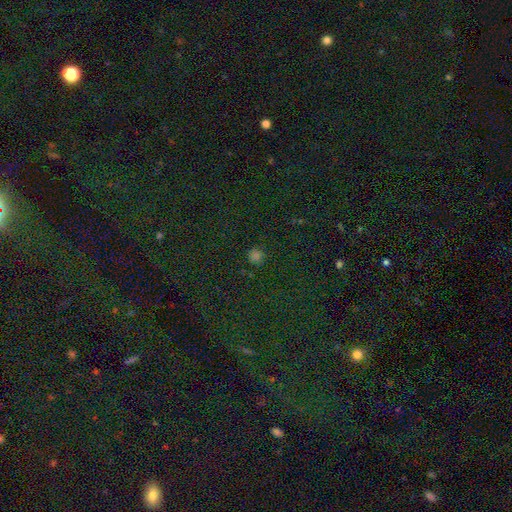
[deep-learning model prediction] This appears to be a smooth galaxy with no disk features (68%) that is round (91%). Merging: none (88%).